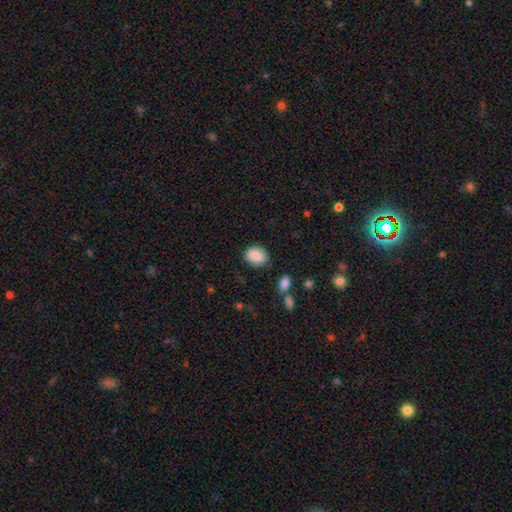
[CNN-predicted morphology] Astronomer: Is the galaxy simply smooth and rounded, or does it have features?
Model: smooth — 87%.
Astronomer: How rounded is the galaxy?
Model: in between — 61% (runner-up: round, 38%).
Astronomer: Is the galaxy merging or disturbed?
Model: none — 80%.